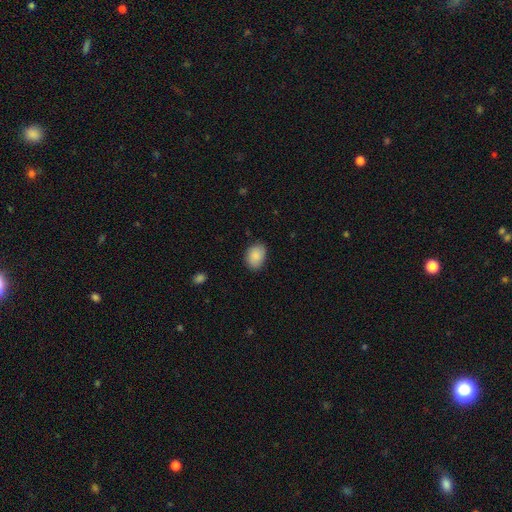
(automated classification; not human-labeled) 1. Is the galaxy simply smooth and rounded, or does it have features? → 89% smooth, 7% star or artifact, 4% featured or disk.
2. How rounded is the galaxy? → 74% in between, 25% round, 1% cigar-shaped.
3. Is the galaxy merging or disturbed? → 79% none, 16% minor disturbance, 3% major disturbance, 1% merger.